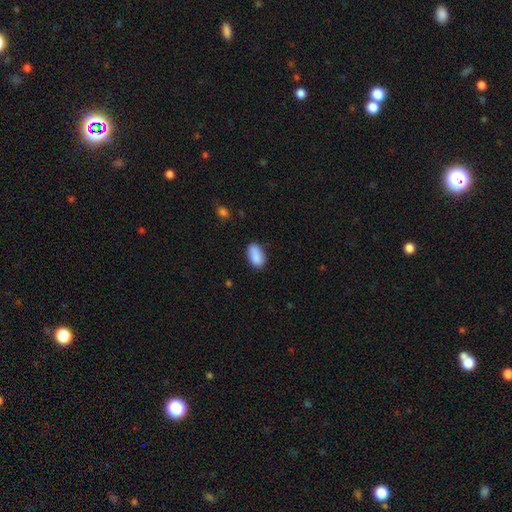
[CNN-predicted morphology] type=smooth (88%); roundness=in between (92%); merging=none (76%).